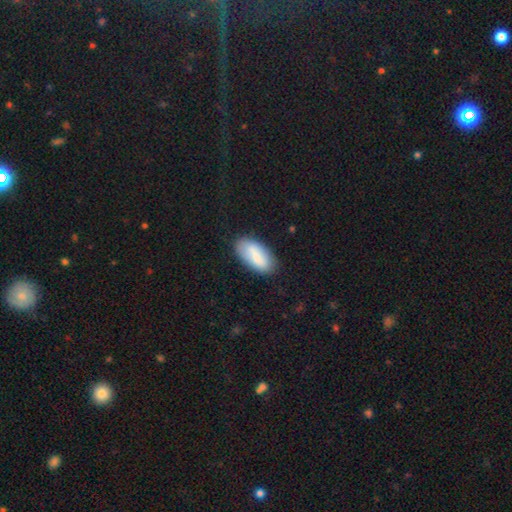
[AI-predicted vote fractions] Q: Smooth or featured?
A: smooth (76%); runner-up: featured or disk (18%)
Q: How rounded?
A: in between (92%); runner-up: cigar-shaped (6%)
Q: Merging?
A: none (81%); runner-up: minor disturbance (14%)